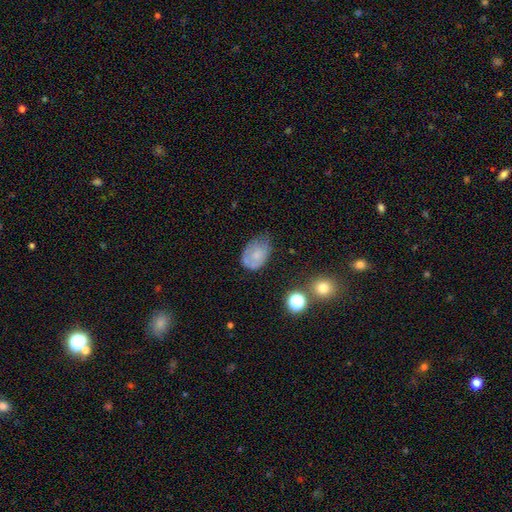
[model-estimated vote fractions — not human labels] The model was most divided on "merging": none: 41%, minor disturbance: 39%, major disturbance: 17%, merger: 3%. More confident: how rounded — in between (76%); smooth or featured — smooth (61%).